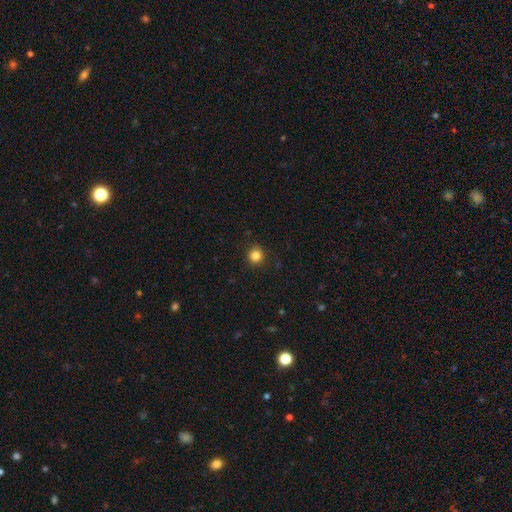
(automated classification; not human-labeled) A smooth galaxy with no disk features (83%) that is round (93%). Merging: none (91%).